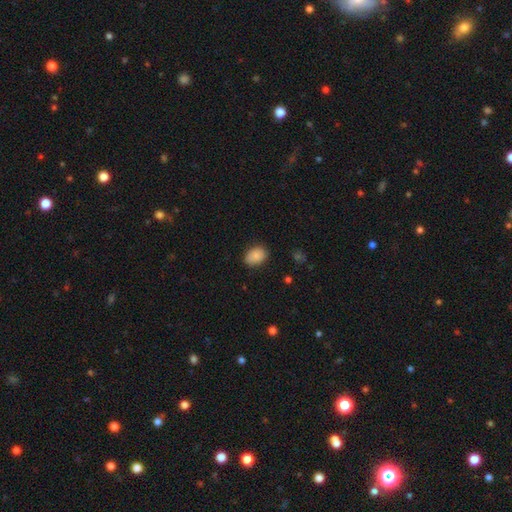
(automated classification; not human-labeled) Morphology: type=smooth (87%); roundness=in between (75%); merging=none (81%).